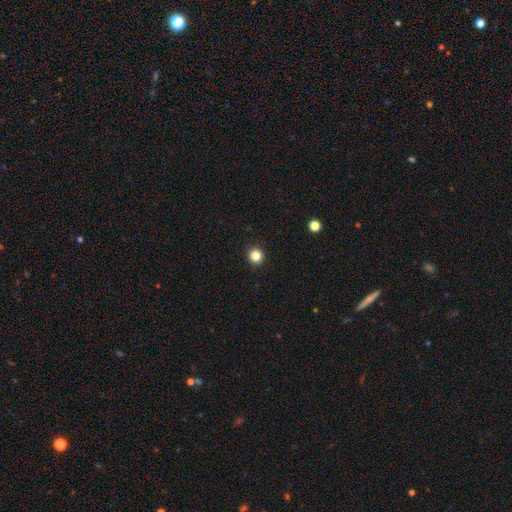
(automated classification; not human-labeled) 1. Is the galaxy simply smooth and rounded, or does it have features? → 84% smooth, 12% star or artifact, 4% featured or disk.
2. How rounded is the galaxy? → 93% round, 6% in between, 1% cigar-shaped.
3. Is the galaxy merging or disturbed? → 93% none, 4% minor disturbance, 1% major disturbance, 1% merger.